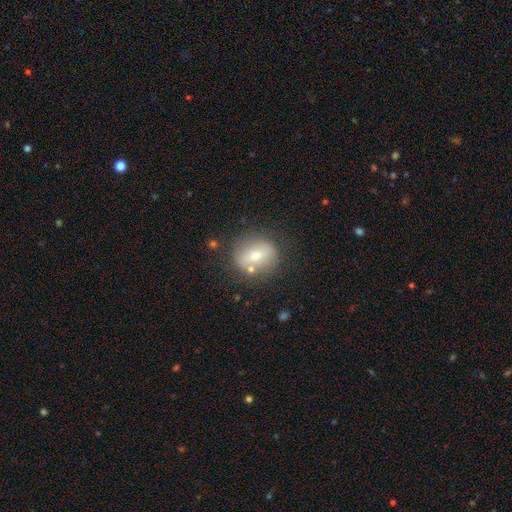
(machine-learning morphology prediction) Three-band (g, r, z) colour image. It shows a smooth galaxy with no disk features (62%) that is round (71%). Merging: none (76%).